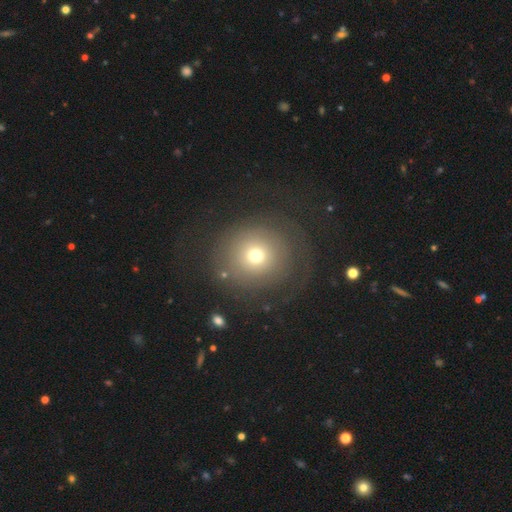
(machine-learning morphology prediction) Overall: smooth (63%). How rounded: round (89%). Merging: none (67%).